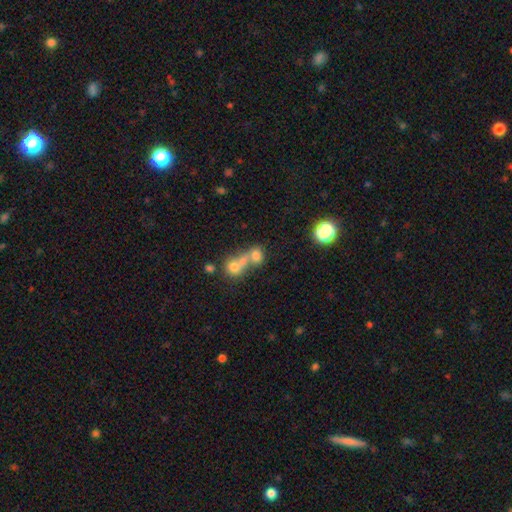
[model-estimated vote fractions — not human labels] Smooth or featured? Predicted: smooth (p=0.71). How rounded? Predicted: round (p=0.58). Merging? Predicted: merger (p=0.62).